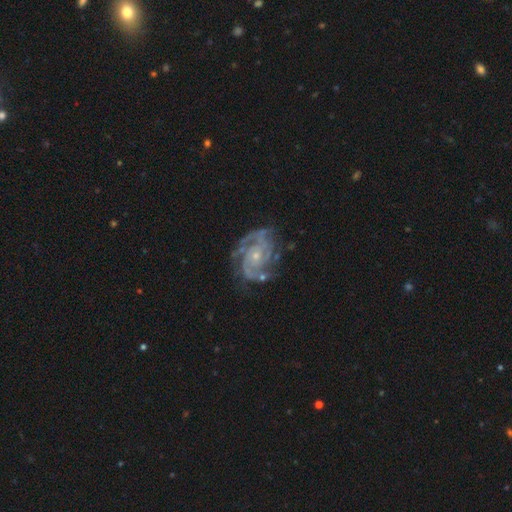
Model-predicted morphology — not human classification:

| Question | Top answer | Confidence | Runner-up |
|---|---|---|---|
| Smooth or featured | featured or disk | 91% | star or artifact (5%) |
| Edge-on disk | no | 98% | yes (2%) |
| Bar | no | 71% | weak (23%) |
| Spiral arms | yes | 98% | no (2%) |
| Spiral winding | tight | 57% | medium (37%) |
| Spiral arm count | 2 | 48% | 3 (25%) |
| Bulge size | small | 72% | moderate (24%) |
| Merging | none | 70% | minor disturbance (19%) |